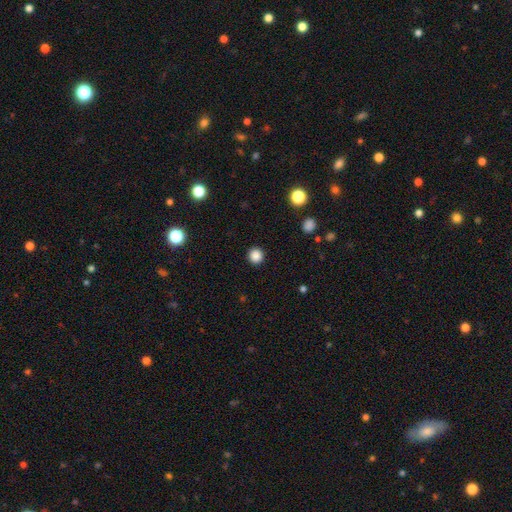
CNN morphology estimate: Smooth or featured? Predicted: smooth (p=0.86). How rounded? Predicted: round (p=0.94). Merging? Predicted: none (p=0.93).